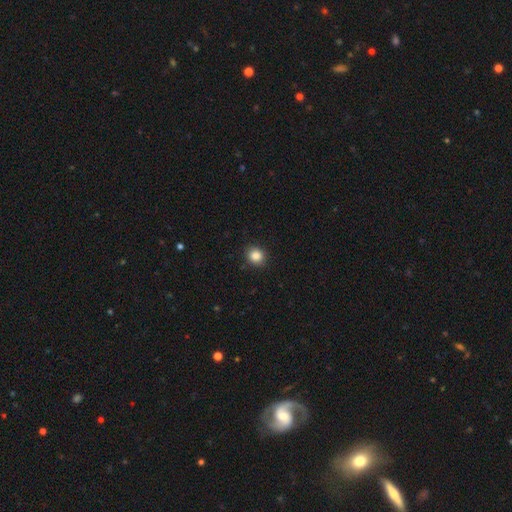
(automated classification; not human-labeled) Smooth or featured? Predicted: smooth (p=0.86). How rounded? Predicted: round (p=0.81). Merging? Predicted: none (p=0.90).